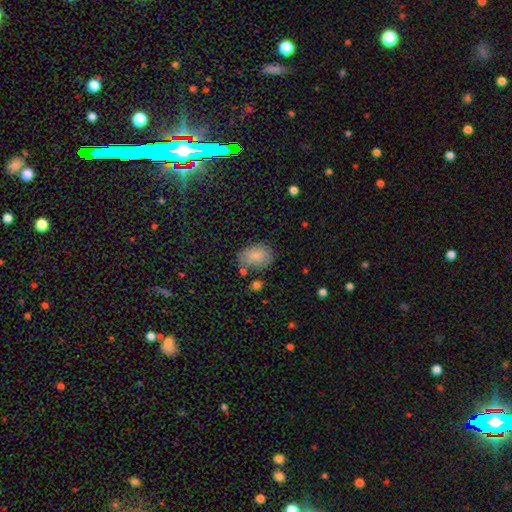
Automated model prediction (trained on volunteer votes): Smooth or featured: smooth — 84% (featured or disk — 8%)
How rounded: in between — 79% (round — 19%)
Merging: none — 73% (minor disturbance — 17%)